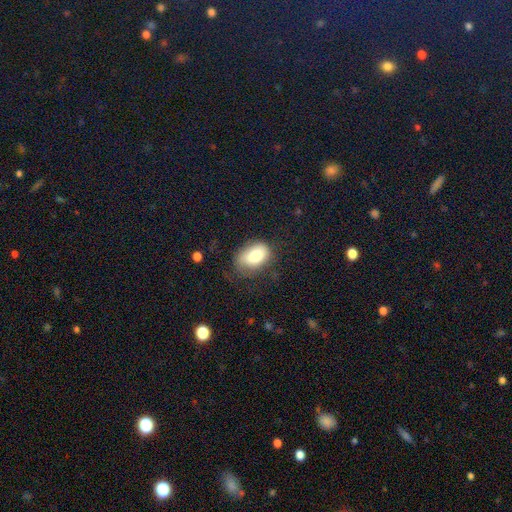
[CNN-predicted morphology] Smooth or featured? smooth (79%)
How rounded? in between (82%)
Merging? none (61%)